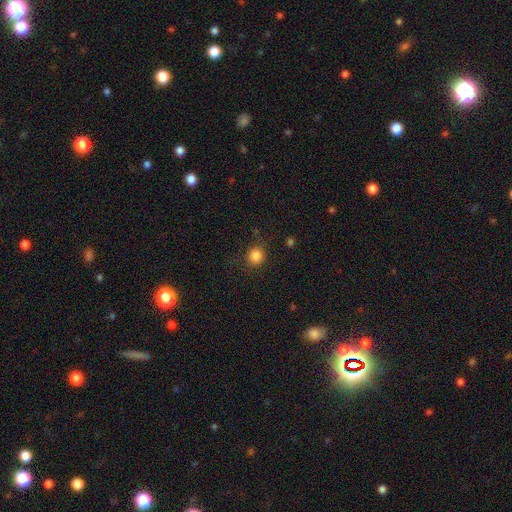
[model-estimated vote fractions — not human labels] Smooth or featured: smooth — 84% (star or artifact — 12%)
How rounded: round — 91% (in between — 8%)
Merging: none — 85% (minor disturbance — 10%)